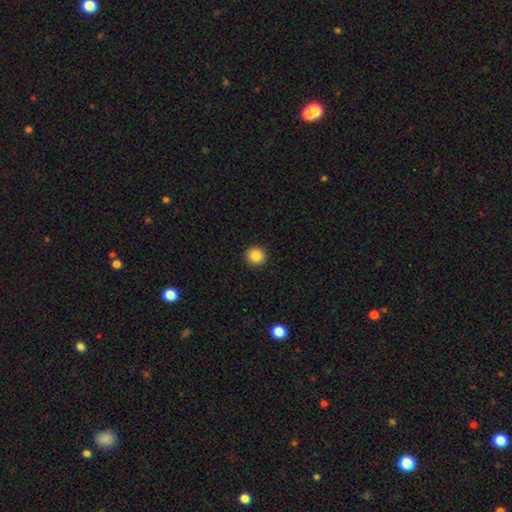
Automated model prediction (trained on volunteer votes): Overall: smooth (86%). How rounded: round (94%). Merging: none (93%).